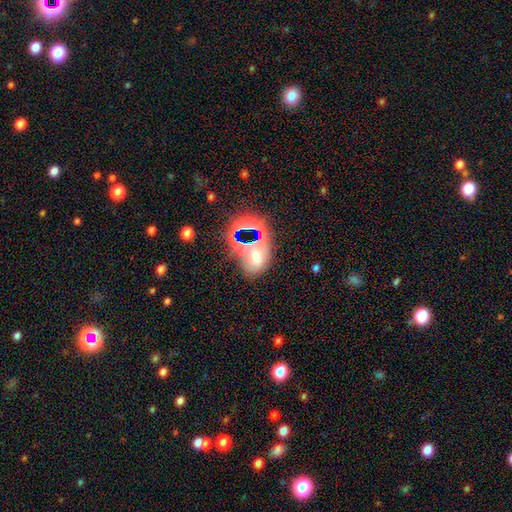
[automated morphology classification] smooth-or-featured: star or artifact: 35% | smooth: 34% | featured or disk: 31%